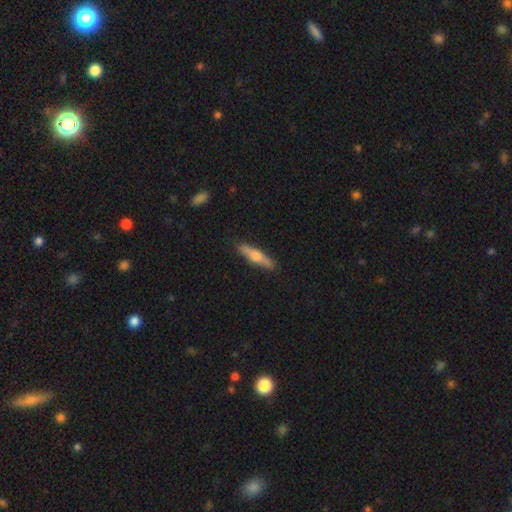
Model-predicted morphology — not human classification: Q: Smooth or featured?
A: smooth (48%); runner-up: featured or disk (47%)
Q: Merging?
A: none (89%); runner-up: minor disturbance (8%)